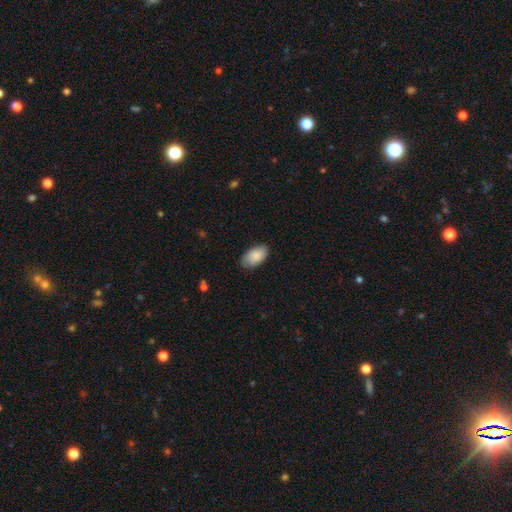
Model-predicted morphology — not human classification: The model was most divided on "merging": none: 82%, minor disturbance: 15%, major disturbance: 3%, merger: 1%. More confident: how rounded — in between (95%); smooth or featured — smooth (87%).